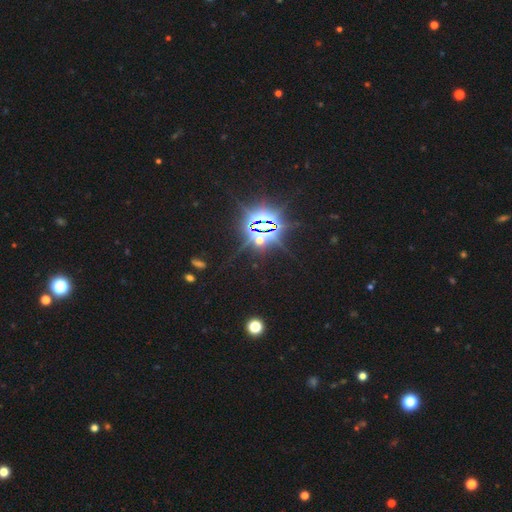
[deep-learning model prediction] The model was most divided on "smooth or featured": star or artifact: 84%, smooth: 10%, featured or disk: 6%.